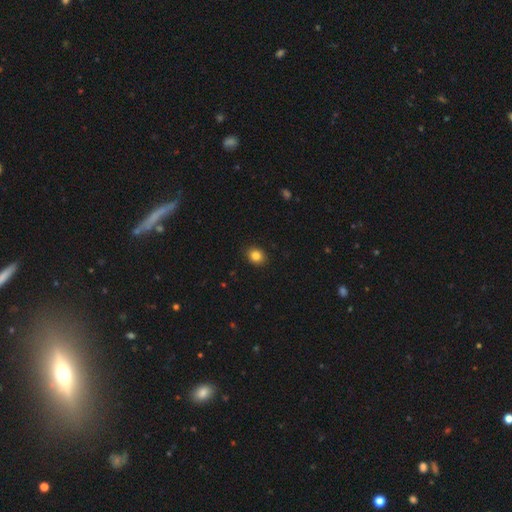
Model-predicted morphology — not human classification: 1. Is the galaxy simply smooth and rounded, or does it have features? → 84% smooth, 11% star or artifact, 6% featured or disk.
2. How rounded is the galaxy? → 59% round, 40% in between, 1% cigar-shaped.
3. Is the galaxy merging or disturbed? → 90% none, 7% minor disturbance, 2% major disturbance, 1% merger.